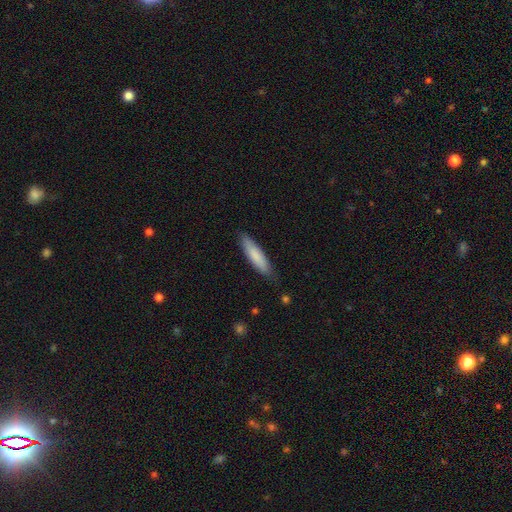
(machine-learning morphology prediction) Smooth or featured? Predicted: smooth (p=0.81). How rounded? Predicted: cigar-shaped (p=0.75). Merging? Predicted: none (p=0.84).